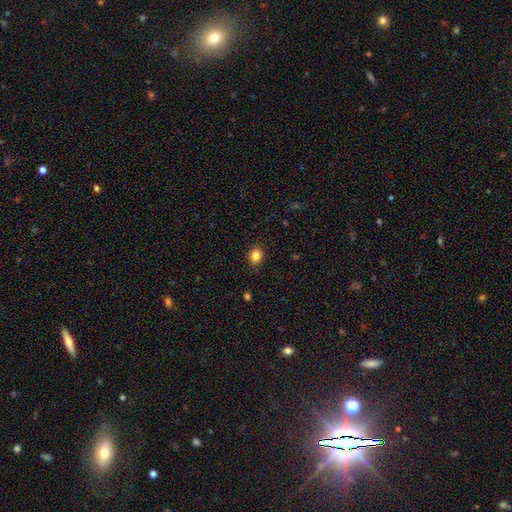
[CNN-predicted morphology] This appears to be a smooth galaxy with no disk features (85%) that is round (57%). Merging: none (88%).